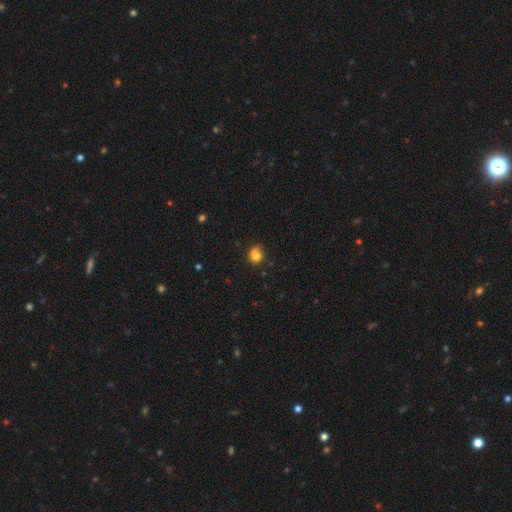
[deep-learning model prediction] Smooth or featured: smooth — 79% (star or artifact — 12%)
How rounded: round — 77% (in between — 22%)
Merging: none — 59% (minor disturbance — 29%)